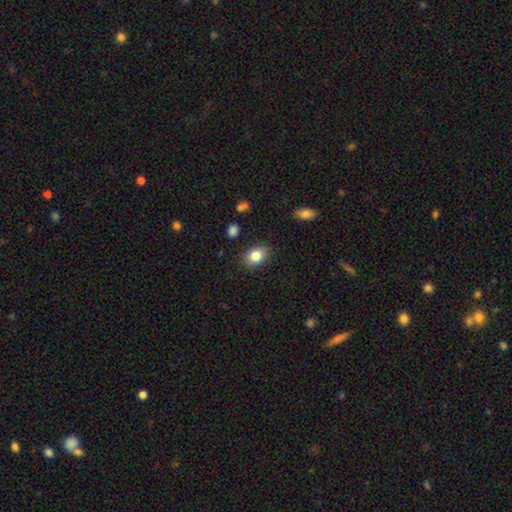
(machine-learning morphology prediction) Overall: smooth (82%). How rounded: in between (70%). Merging: none (86%).